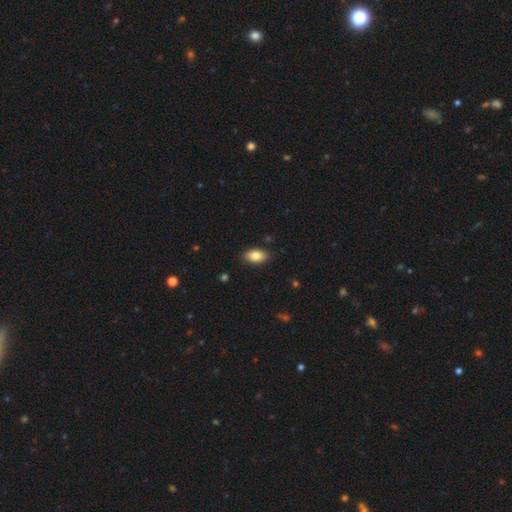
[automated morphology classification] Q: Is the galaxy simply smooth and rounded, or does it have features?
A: smooth — 83%.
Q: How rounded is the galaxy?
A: in between — 93%.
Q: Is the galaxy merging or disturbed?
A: none — 89%.